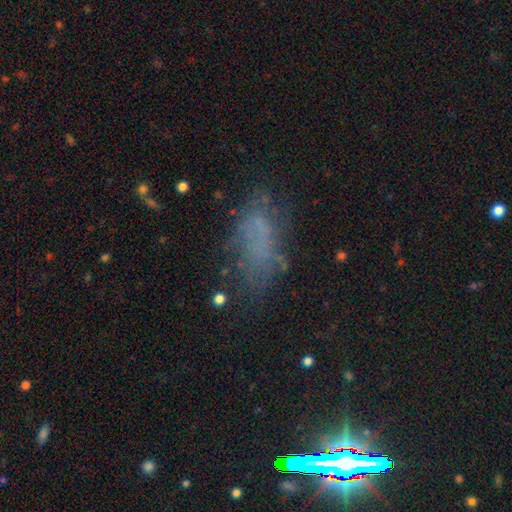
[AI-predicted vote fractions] Smooth or featured? smooth (49%)
Merging? none (48%)